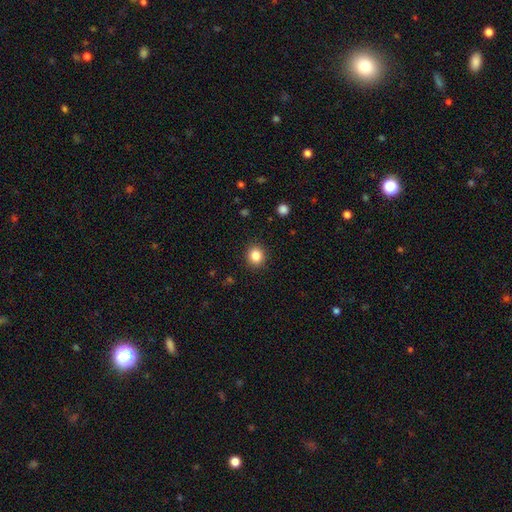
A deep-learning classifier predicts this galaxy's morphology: Smooth or featured? Predicted: smooth (p=0.84). How rounded? Predicted: round (p=0.82). Merging? Predicted: none (p=0.91).